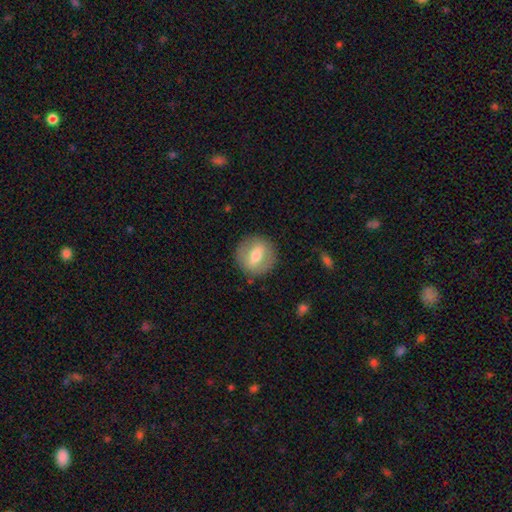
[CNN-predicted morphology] This is possibly a smooth galaxy (55%). How rounded: clearly round (83%). Merging: clearly none (86%).